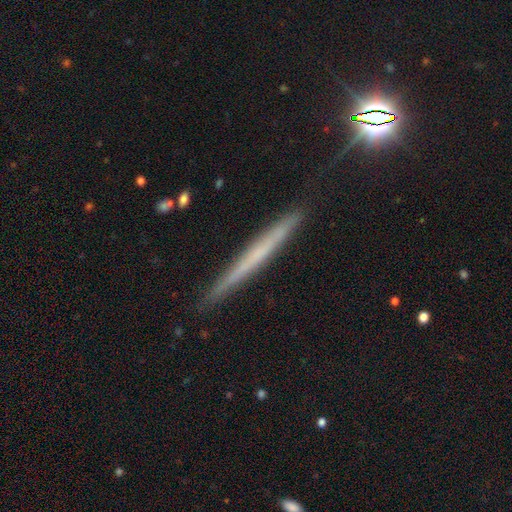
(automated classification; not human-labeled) Overall: featured or disk (52%; smooth 38%). Edge-on disk: yes (96%). Merging: none (89%).